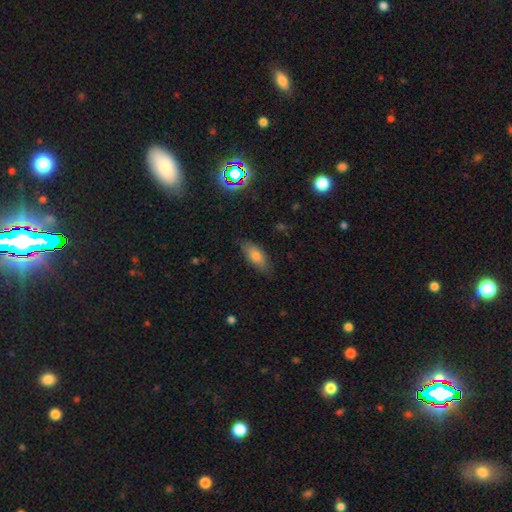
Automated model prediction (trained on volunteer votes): smooth-or-featured: smooth: 75% | featured or disk: 15% | star or artifact: 10%
  how-rounded: in between: 78% | cigar-shaped: 18% | round: 3%
  merging: none: 79% | minor disturbance: 16% | major disturbance: 3% | merger: 1%